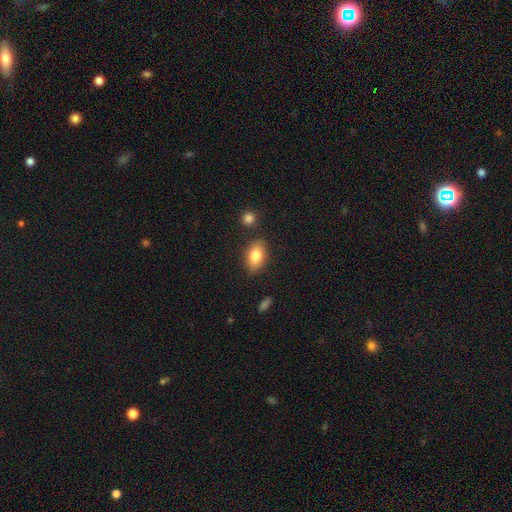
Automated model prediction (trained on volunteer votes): Smooth or featured?
  - smooth: 80% *
  - featured or disk: 12%
  - star or artifact: 8%
How rounded?
  - in between: 88% *
  - round: 8%
  - cigar-shaped: 4%
Merging?
  - none: 81% *
  - minor disturbance: 12%
  - merger: 4%
  - major disturbance: 3%